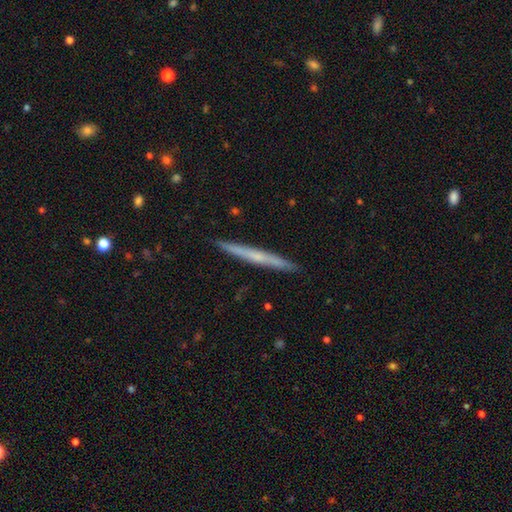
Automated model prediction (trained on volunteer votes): Smooth or featured?
  - featured or disk: 54% *
  - smooth: 40%
  - star or artifact: 6%
Edge-on disk?
  - yes: 97% *
  - no: 3%
Edge-on bulge?
  - none: 68% *
  - rounded: 28%
  - boxy: 5%
Merging?
  - none: 91% *
  - minor disturbance: 6%
  - major disturbance: 1%
  - merger: 1%